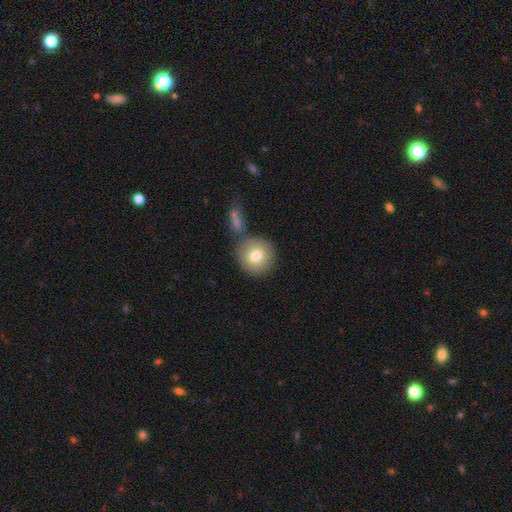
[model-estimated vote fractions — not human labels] A smooth galaxy with no disk features (77%) that is round (92%).

Vote fractions:
- Smooth or featured? smooth: 77% / featured or disk: 14% / star or artifact: 9%
- How rounded? round: 92% / in between: 7% / cigar-shaped: 1%
- Merging? none: 69% / merger: 17% / minor disturbance: 10% / major disturbance: 3%